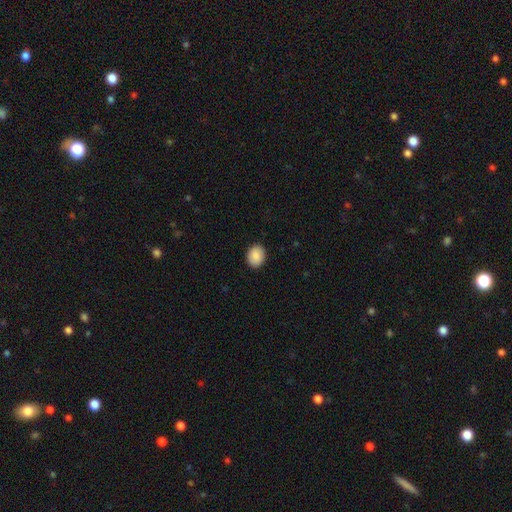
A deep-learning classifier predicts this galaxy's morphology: smooth_or_featured: smooth (p=0.90) [alt: star or artifact p=0.07]
how_rounded: in between (p=0.53) [alt: round p=0.46]
merging: none (p=0.90) [alt: minor disturbance p=0.07]